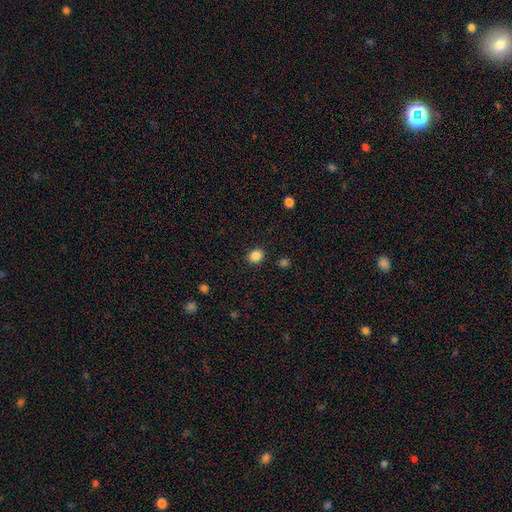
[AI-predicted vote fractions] A smooth galaxy with no disk features (85%) that is round (79%).

Vote fractions:
- Smooth or featured? smooth: 85% / star or artifact: 11% / featured or disk: 3%
- How rounded? round: 79% / in between: 20% / cigar-shaped: 1%
- Merging? none: 89% / minor disturbance: 7% / major disturbance: 2% / merger: 2%